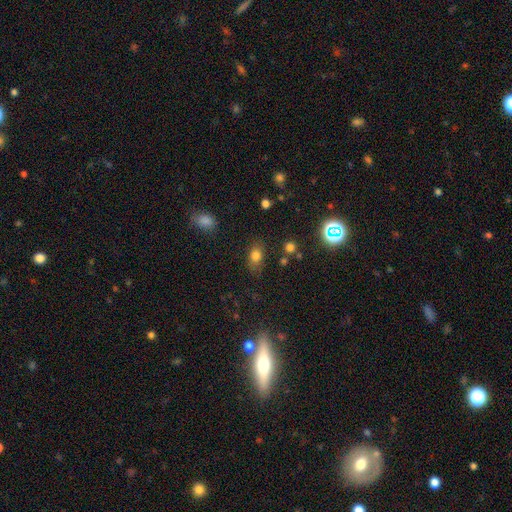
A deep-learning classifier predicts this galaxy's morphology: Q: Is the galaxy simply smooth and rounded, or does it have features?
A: smooth — 78%.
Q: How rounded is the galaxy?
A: in between — 74%.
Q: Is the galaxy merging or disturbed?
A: none — 77%.